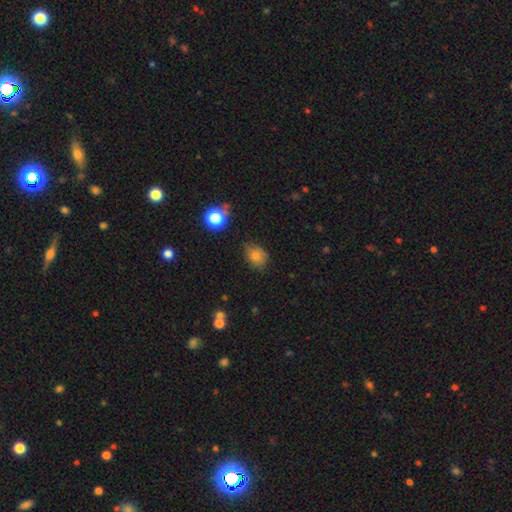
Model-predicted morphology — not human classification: type=smooth (74%); roundness=in between (55%); merging=none (66%).